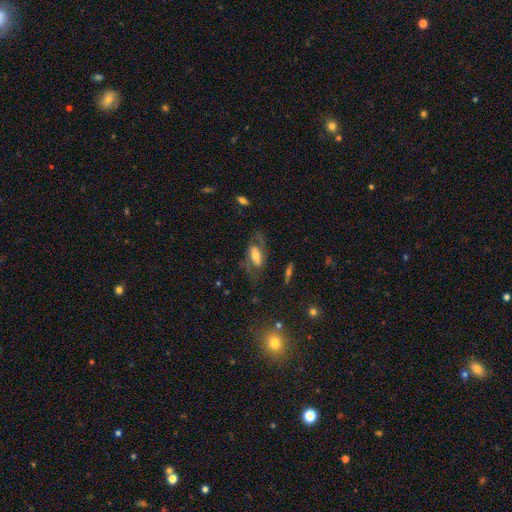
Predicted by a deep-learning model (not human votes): Smooth or featured? Predicted: featured or disk (p=0.56). Edge-on disk? Predicted: no (p=0.86). Merging? Predicted: none (p=0.56).